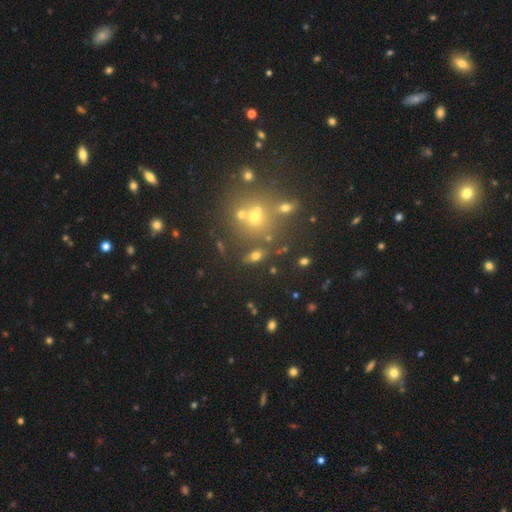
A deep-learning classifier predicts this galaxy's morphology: smooth-or-featured: smooth: 63% | star or artifact: 19% | featured or disk: 18%
  how-rounded: in between: 76% | round: 17% | cigar-shaped: 7%
  merging: none: 72% | minor disturbance: 12% | merger: 11% | major disturbance: 5%